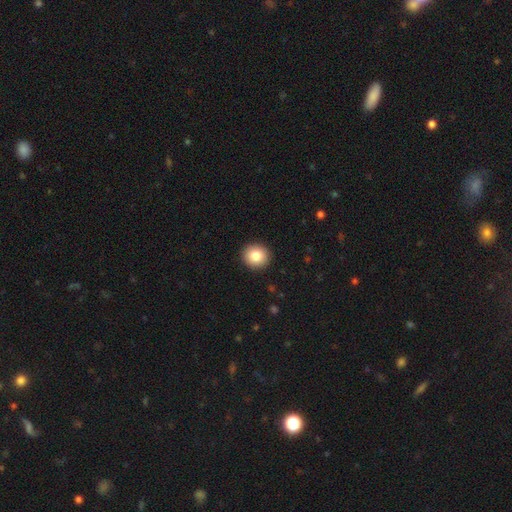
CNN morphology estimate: smooth 84%, star or artifact 9%, featured or disk 7%. Down the decision tree: how rounded — round (88%); merging — none (92%).